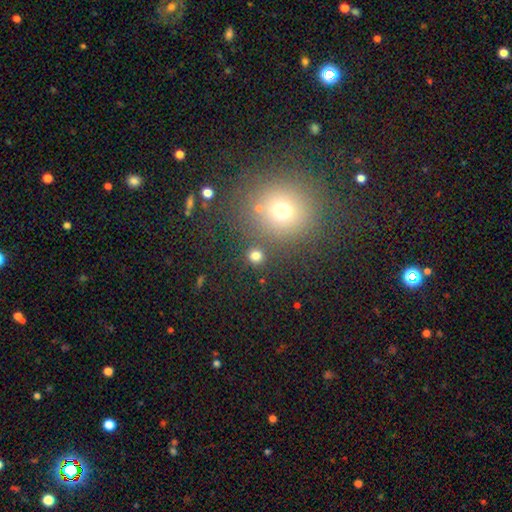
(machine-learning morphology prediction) Overall: smooth (76%). How rounded: round (88%). Merging: none (83%).